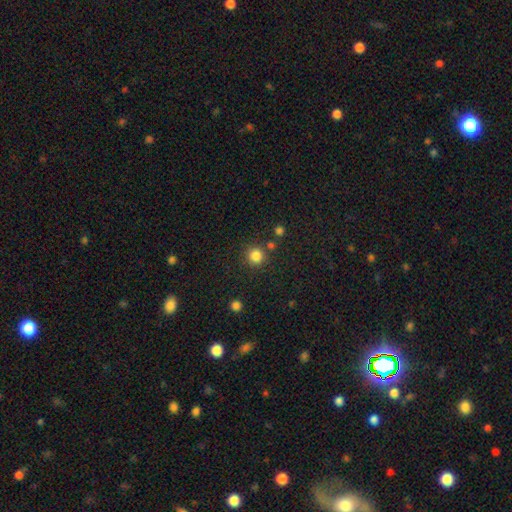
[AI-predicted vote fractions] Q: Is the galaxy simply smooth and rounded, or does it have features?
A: smooth — 84%.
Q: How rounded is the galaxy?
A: round — 93%.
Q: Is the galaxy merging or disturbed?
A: none — 83%.